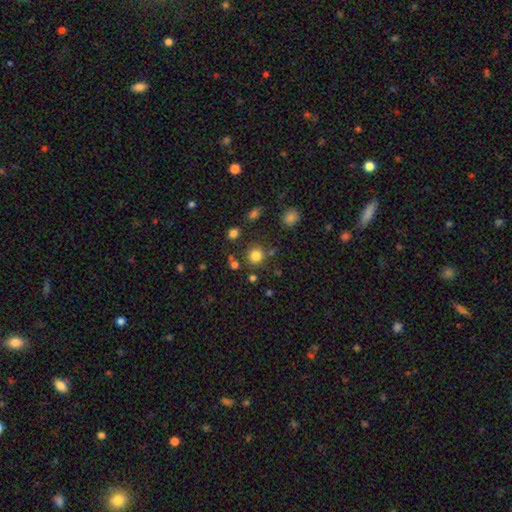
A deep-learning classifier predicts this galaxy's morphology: type=smooth (81%); roundness=round (87%); merging=none (79%).